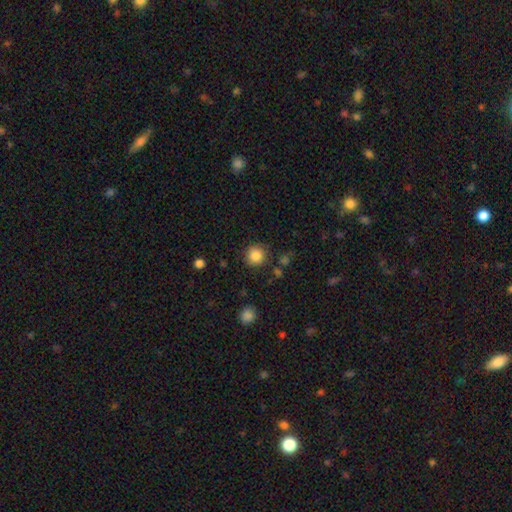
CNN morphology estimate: smooth-or-featured: smooth: 85% | star or artifact: 10% | featured or disk: 5%
  how-rounded: round: 92% | in between: 7% | cigar-shaped: 1%
  merging: none: 84% | minor disturbance: 10% | major disturbance: 3% | merger: 3%